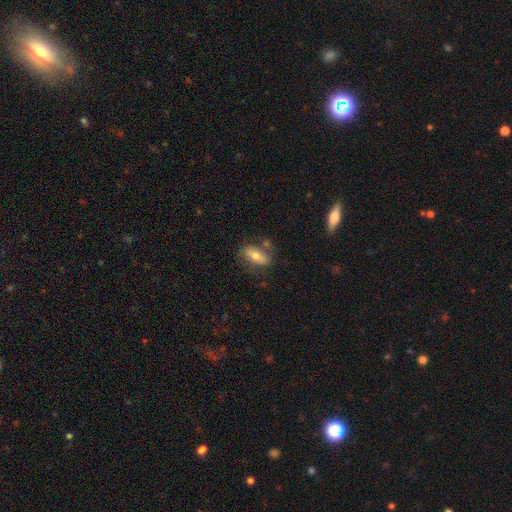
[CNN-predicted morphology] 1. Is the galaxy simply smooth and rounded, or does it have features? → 67% smooth, 25% featured or disk, 8% star or artifact.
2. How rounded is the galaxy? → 82% in between, 13% cigar-shaped, 5% round.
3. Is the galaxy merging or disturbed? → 67% none, 17% minor disturbance, 10% merger, 6% major disturbance.